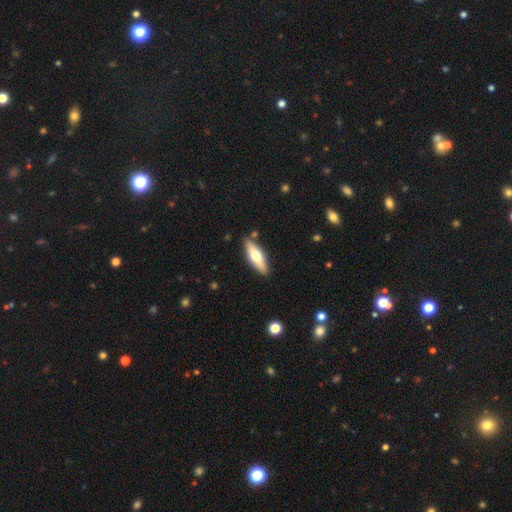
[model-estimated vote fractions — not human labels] This appears to be a smooth galaxy with no disk features (54%) that is cigar-shaped (51%). Merging: none (86%).